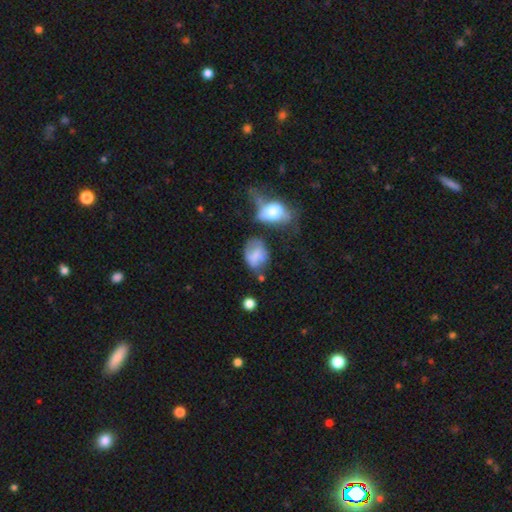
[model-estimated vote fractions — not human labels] Smooth or featured: smooth — 63% (featured or disk — 26%)
How rounded: in between — 68% (round — 30%)
Merging: none — 43% (minor disturbance — 29%)